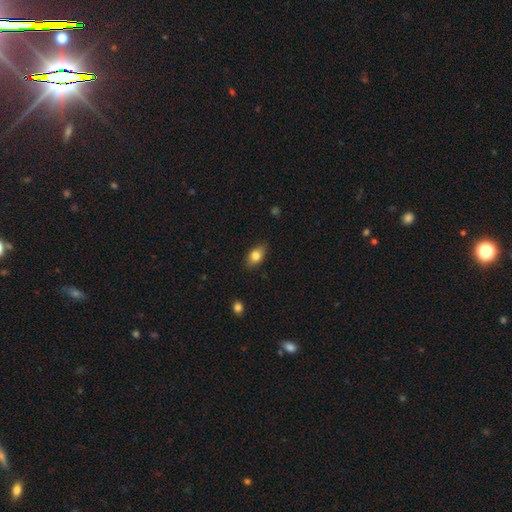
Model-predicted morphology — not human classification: A smooth galaxy with no disk features (82%) that is in between round and cigar-shaped (84%). Merging: none (83%).